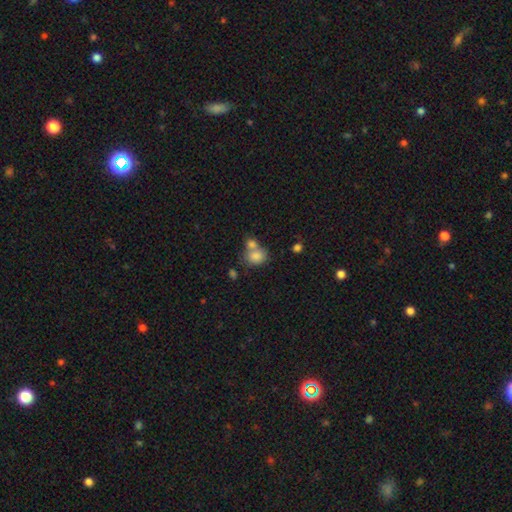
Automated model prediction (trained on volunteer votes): A smooth galaxy with no disk features (81%) that is round (57%).

Vote fractions:
- Smooth or featured? smooth: 81% / star or artifact: 9% / featured or disk: 9%
- How rounded? round: 57% / in between: 42% / cigar-shaped: 1%
- Merging? merger: 48% / none: 37% / minor disturbance: 10% / major disturbance: 5%